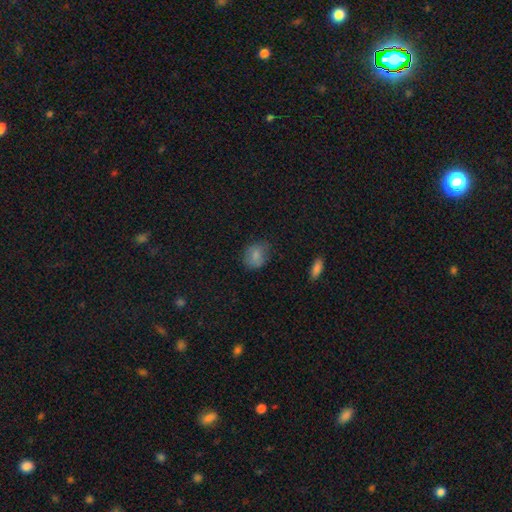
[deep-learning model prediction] Smooth or featured?
  - smooth: 79% *
  - featured or disk: 11%
  - star or artifact: 10%
How rounded?
  - round: 52% *
  - in between: 47%
  - cigar-shaped: 1%
Merging?
  - none: 67% *
  - minor disturbance: 24%
  - major disturbance: 7%
  - merger: 1%